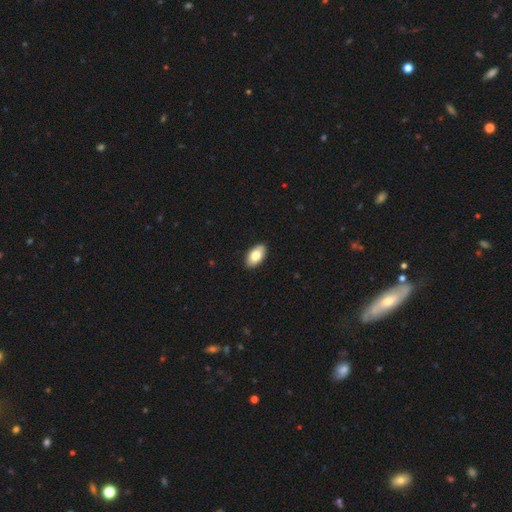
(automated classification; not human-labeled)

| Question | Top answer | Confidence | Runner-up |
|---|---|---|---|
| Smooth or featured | smooth | 79% | featured or disk (15%) |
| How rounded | in between | 94% | round (3%) |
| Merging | none | 89% | minor disturbance (8%) |